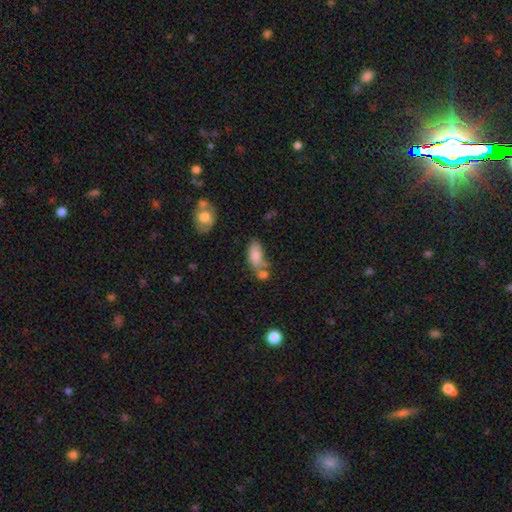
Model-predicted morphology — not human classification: Q: Smooth or featured?
A: smooth (79%); runner-up: featured or disk (13%)
Q: How rounded?
A: in between (87%); runner-up: cigar-shaped (10%)
Q: Merging?
A: none (40%); runner-up: merger (32%)